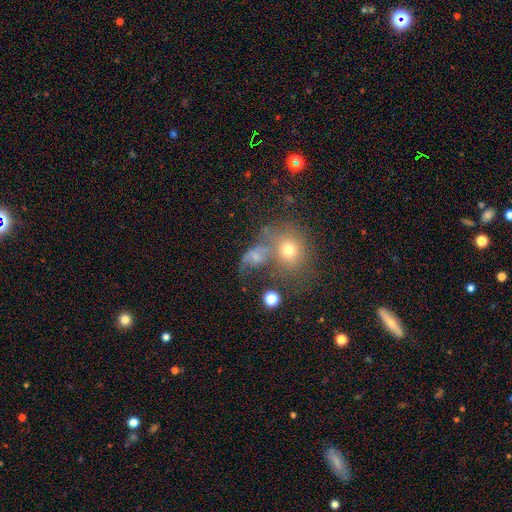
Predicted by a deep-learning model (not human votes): The model was most divided on "how rounded": in between: 52%, round: 45%, cigar-shaped: 3%. Remaining: smooth or featured — smooth (51%); merging — merger (40%).